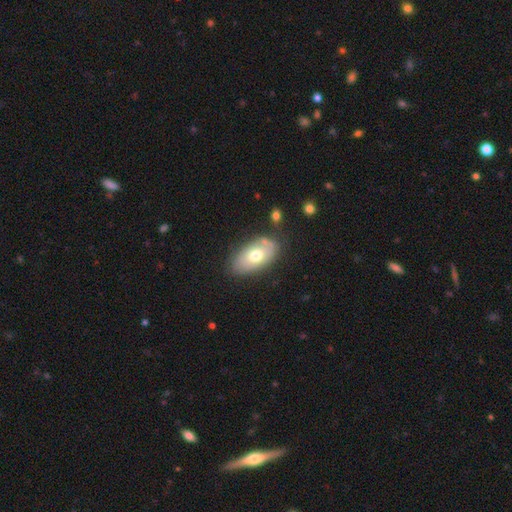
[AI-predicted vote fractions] Smooth or featured? smooth (65%)
How rounded? in between (92%)
Merging? none (72%)